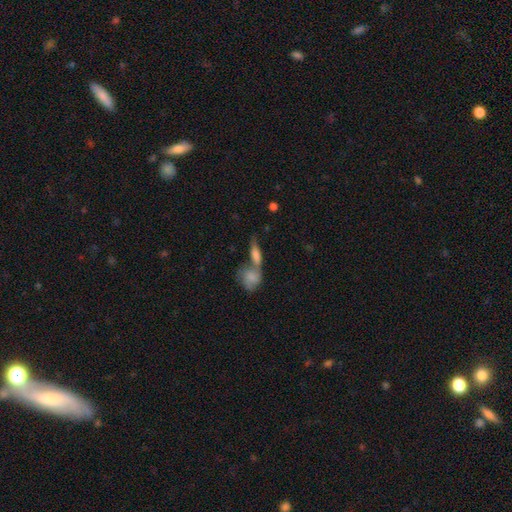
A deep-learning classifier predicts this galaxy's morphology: A smooth galaxy with no disk features (52%) that is in between round and cigar-shaped (54%).

Vote fractions:
- Smooth or featured? smooth: 52% / featured or disk: 37% / star or artifact: 11%
- How rounded? in between: 54% / cigar-shaped: 35% / round: 12%
- Merging? merger: 50% / none: 34% / minor disturbance: 10% / major disturbance: 6%